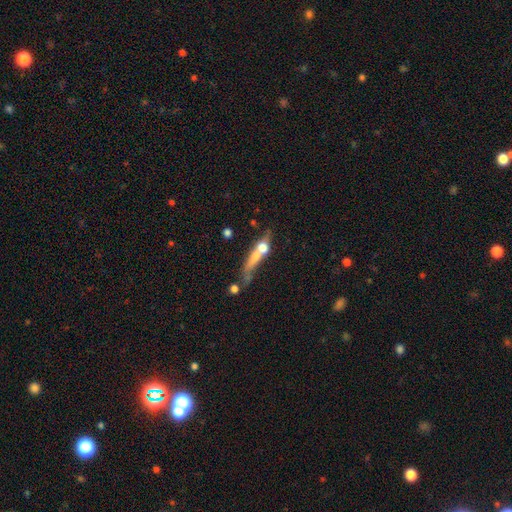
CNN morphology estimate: Q: Smooth or featured?
A: featured or disk (46%); runner-up: smooth (43%)
Q: Merging?
A: merger (35%); runner-up: none (30%)